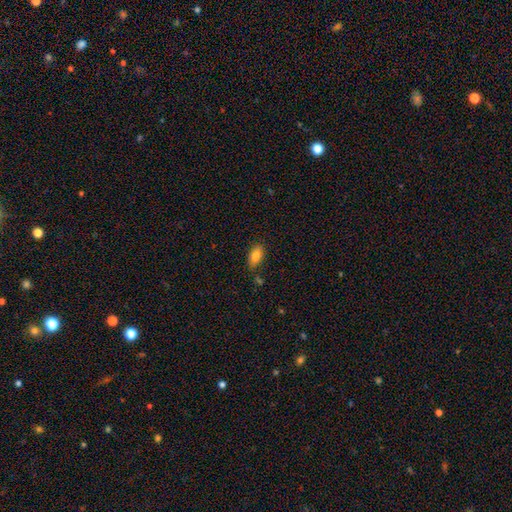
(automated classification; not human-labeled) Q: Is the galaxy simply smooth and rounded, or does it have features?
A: smooth — 84%.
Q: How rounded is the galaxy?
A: in between — 90%.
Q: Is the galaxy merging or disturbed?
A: none — 80%.